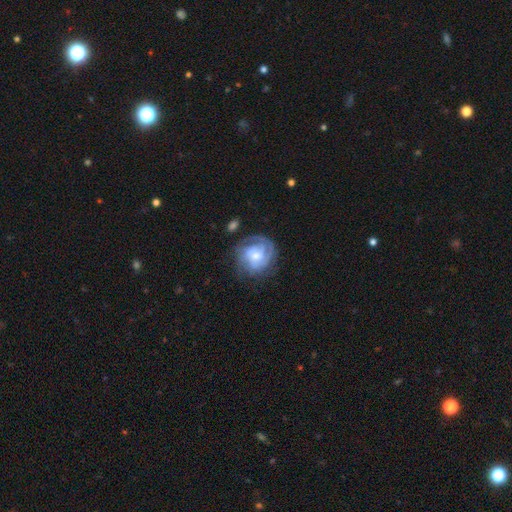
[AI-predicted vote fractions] Smooth or featured? Predicted: featured or disk (p=0.77). Edge-on disk? Predicted: no (p=0.98). Bar? Predicted: no (p=0.67). Spiral arms? Predicted: yes (p=0.93). Spiral winding? Predicted: tight (p=0.62). Spiral arm count? Predicted: can't tell (p=0.35). Bulge size? Predicted: small (p=0.53). Merging? Predicted: none (p=0.68).